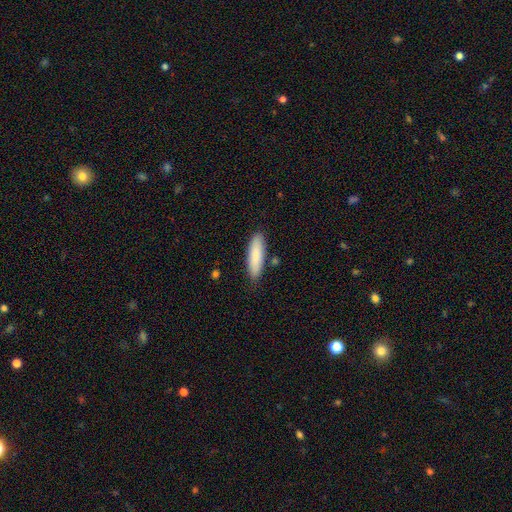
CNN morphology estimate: Q: Smooth or featured?
A: smooth (85%); runner-up: featured or disk (9%)
Q: How rounded?
A: cigar-shaped (61%); runner-up: in between (38%)
Q: Merging?
A: none (84%); runner-up: minor disturbance (12%)